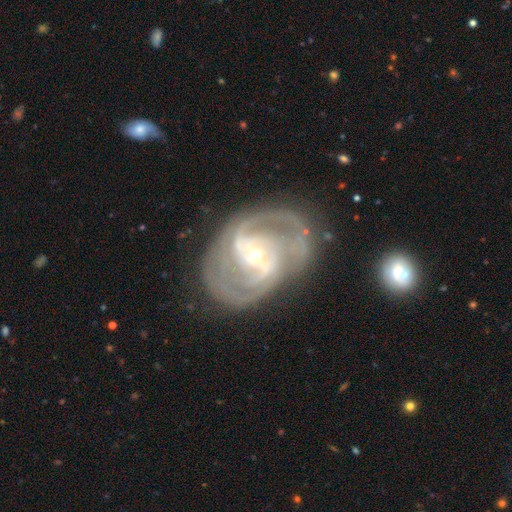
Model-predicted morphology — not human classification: Smooth or featured? featured or disk (89%)
Edge-on disk? no (97%)
Bar? weak (41%)
Spiral arms? yes (96%)
Spiral winding? medium (45%)
Spiral arm count? 2 (63%)
Bulge size? small (64%)
Merging? none (68%)